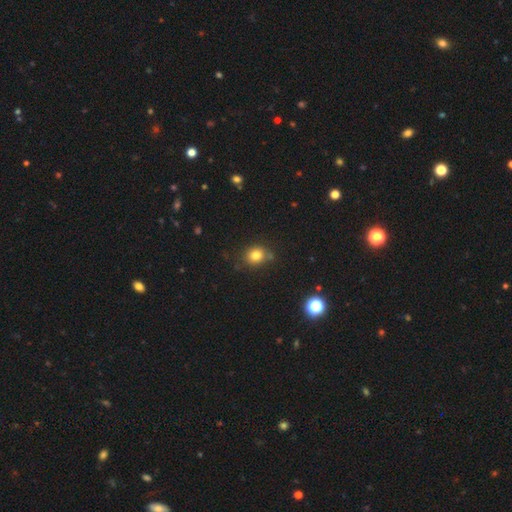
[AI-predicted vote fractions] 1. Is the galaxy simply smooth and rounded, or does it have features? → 81% smooth, 12% star or artifact, 7% featured or disk.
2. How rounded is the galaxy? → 67% round, 32% in between, 1% cigar-shaped.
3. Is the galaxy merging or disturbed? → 74% none, 17% minor disturbance, 6% merger, 4% major disturbance.